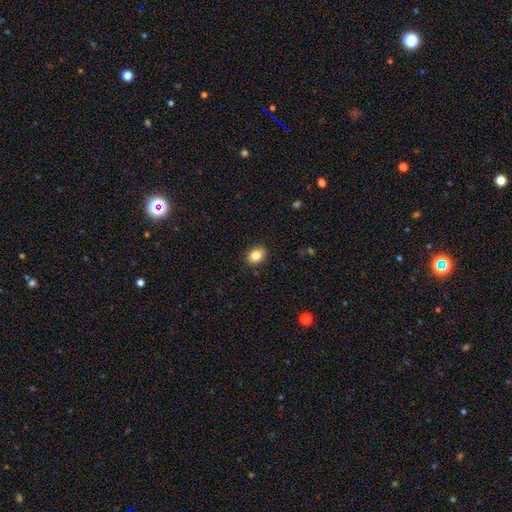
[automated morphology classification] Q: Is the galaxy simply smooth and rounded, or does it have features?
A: smooth — 84%.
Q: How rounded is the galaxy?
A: in between — 56%.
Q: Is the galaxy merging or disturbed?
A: none — 88%.